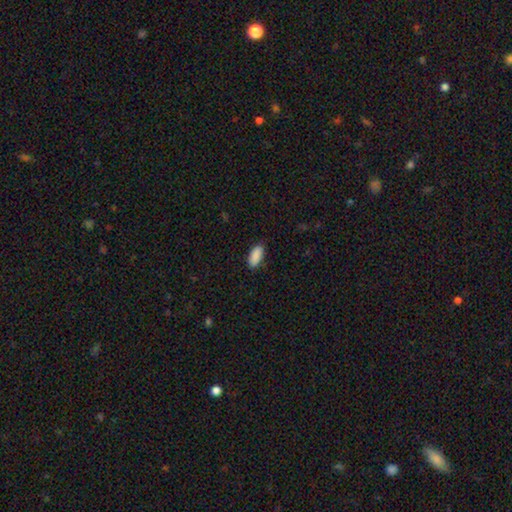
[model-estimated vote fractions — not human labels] smooth 90%, star or artifact 7%, featured or disk 4%. Down the decision tree: how rounded — in between (84%); merging — none (86%).